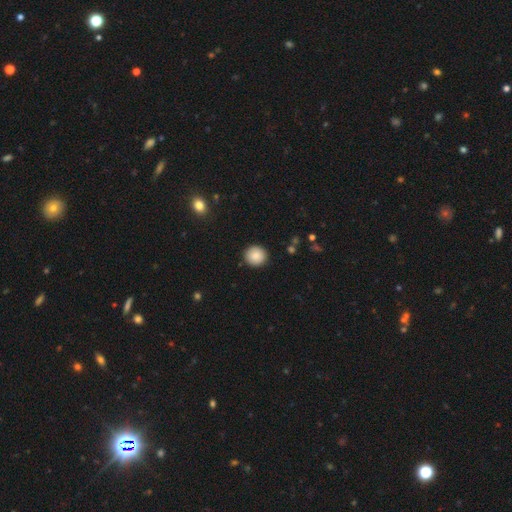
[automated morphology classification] A smooth galaxy with no disk features (88%) that is round (90%).

Vote fractions:
- Smooth or featured? smooth: 88% / star or artifact: 8% / featured or disk: 5%
- How rounded? round: 90% / in between: 9% / cigar-shaped: 1%
- Merging? none: 91% / minor disturbance: 6% / major disturbance: 2% / merger: 1%